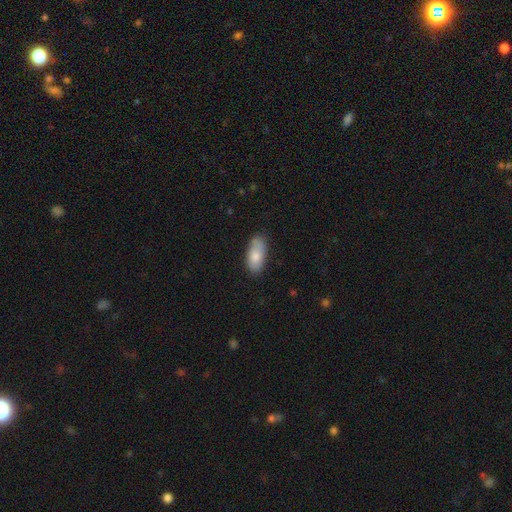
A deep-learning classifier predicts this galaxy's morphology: smooth-or-featured: smooth: 79% | featured or disk: 14% | star or artifact: 7%
  how-rounded: in between: 91% | cigar-shaped: 6% | round: 3%
  merging: none: 69% | minor disturbance: 23% | major disturbance: 4% | merger: 3%